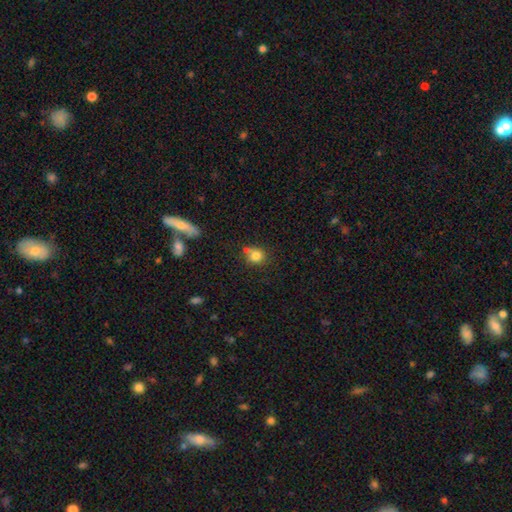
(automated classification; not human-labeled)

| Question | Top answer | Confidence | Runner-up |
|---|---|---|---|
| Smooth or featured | smooth | 79% | star or artifact (11%) |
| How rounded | round | 77% | in between (22%) |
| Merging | none | 58% | merger (19%) |